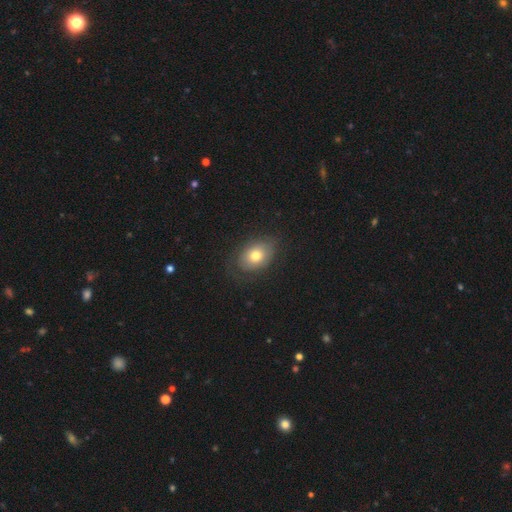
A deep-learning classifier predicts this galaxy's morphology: smooth-or-featured: smooth: 67% | featured or disk: 24% | star or artifact: 9%
  how-rounded: in between: 76% | round: 23% | cigar-shaped: 1%
  merging: none: 74% | minor disturbance: 18% | major disturbance: 7% | merger: 1%